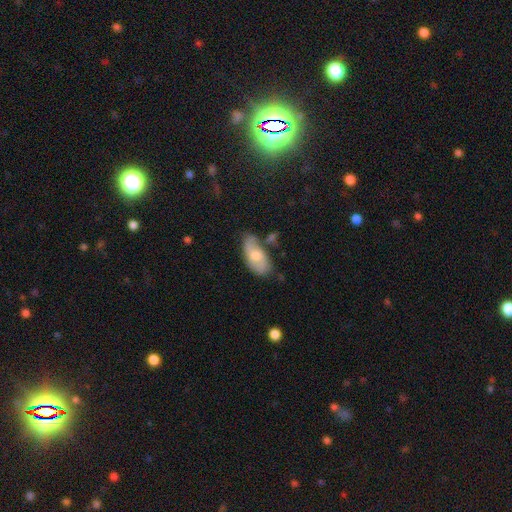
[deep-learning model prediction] The model was most divided on "smooth or featured": smooth: 57%, featured or disk: 37%, star or artifact: 6%. More confident: how rounded — in between (91%); merging — none (56%).